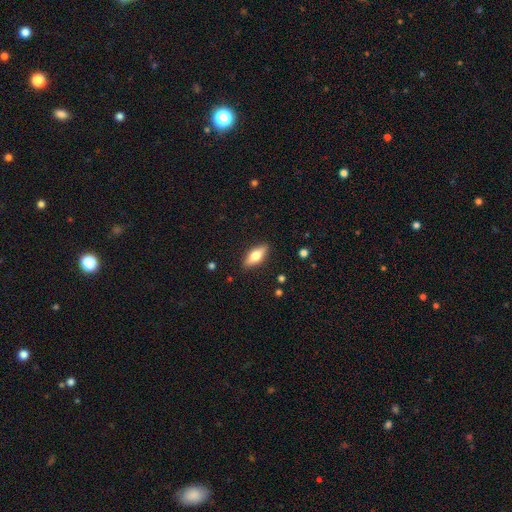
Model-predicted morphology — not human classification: Smooth or featured? Predicted: smooth (p=0.64). How rounded? Predicted: in between (p=0.72). Merging? Predicted: none (p=0.87).